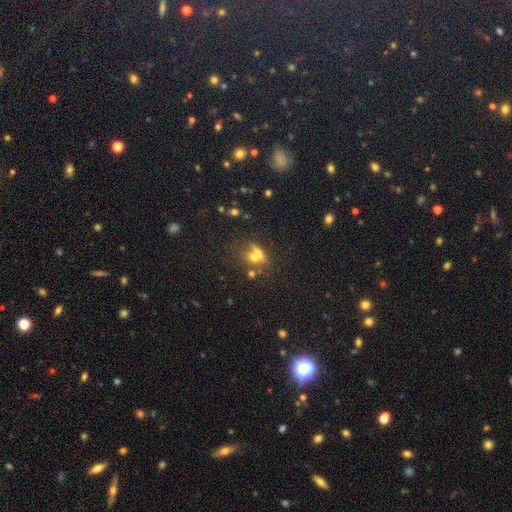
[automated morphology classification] This appears to be a smooth galaxy with no disk features (52%) that is round (57%). Merging: none (44%).